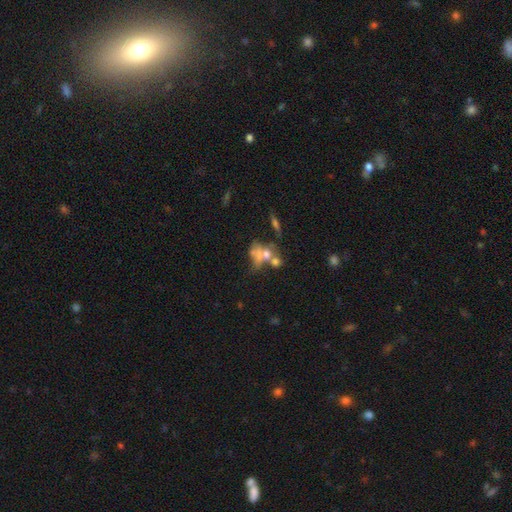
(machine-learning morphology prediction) smooth_or_featured: smooth (p=0.37) [alt: featured or disk p=0.33]
merging: merger (p=0.37) [tied with: none p=0.37]